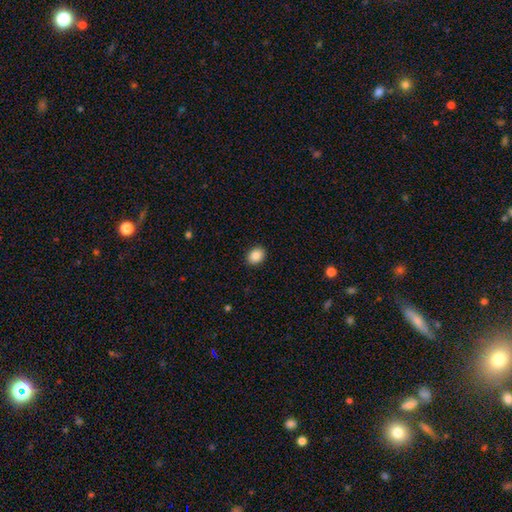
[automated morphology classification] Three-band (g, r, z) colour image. It shows a smooth galaxy with no disk features (88%) that is in between round and cigar-shaped (58%). Merging: none (91%).